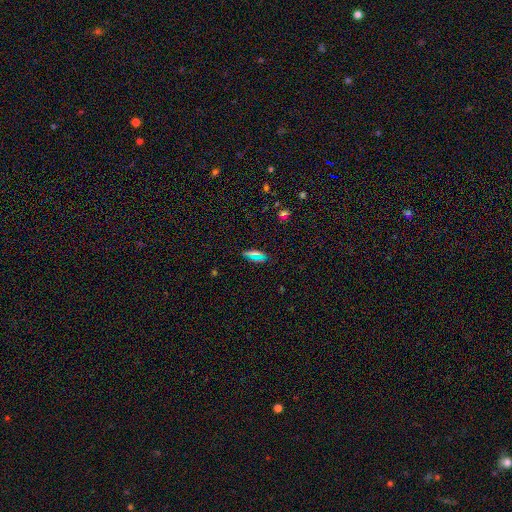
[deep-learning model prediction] This is possibly a smooth galaxy (58%). How rounded: likely in between (70%). Merging: likely none (77%).